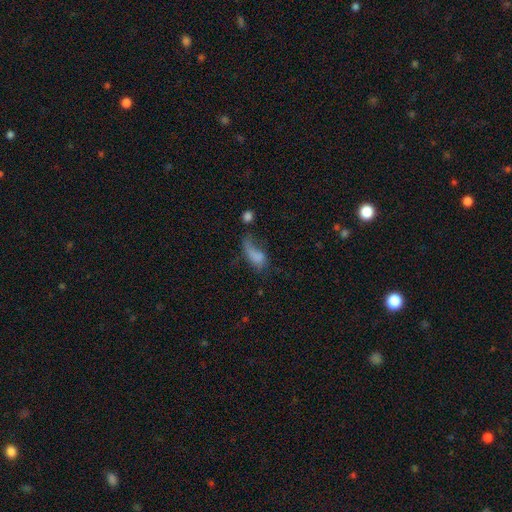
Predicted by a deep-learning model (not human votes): smooth_or_featured: smooth (p=0.66) [alt: featured or disk p=0.22]
how_rounded: in between (p=0.84) [alt: cigar-shaped p=0.09]
merging: major disturbance (p=0.50) [alt: none p=0.20]